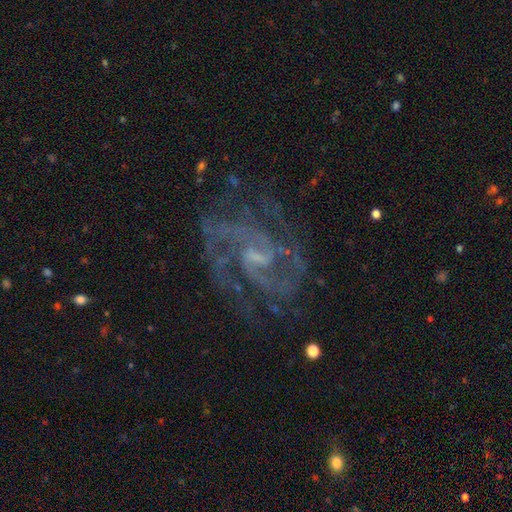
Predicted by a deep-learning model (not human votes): Q: Smooth or featured?
A: featured or disk (91%); runner-up: star or artifact (6%)
Q: Edge-on disk?
A: no (98%); runner-up: yes (2%)
Q: Bar?
A: weak (60%); runner-up: no (20%)
Q: Spiral arms?
A: yes (97%); runner-up: no (3%)
Q: Spiral winding?
A: medium (56%); runner-up: tight (30%)
Q: Spiral arm count?
A: 2 (64%); runner-up: 3 (13%)
Q: Bulge size?
A: small (48%); runner-up: none (26%)
Q: Merging?
A: none (68%); runner-up: minor disturbance (17%)